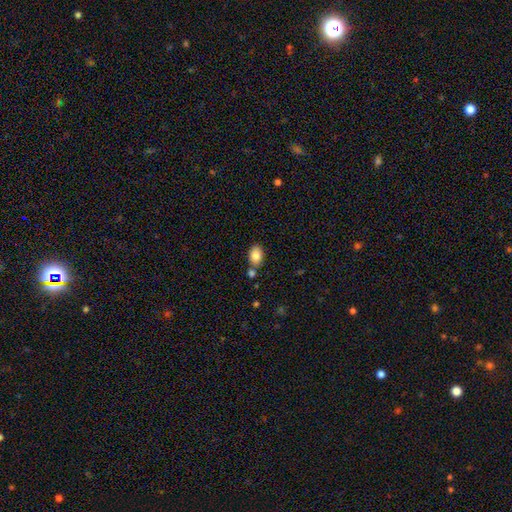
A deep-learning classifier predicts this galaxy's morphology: Smooth or featured: smooth — 85% (star or artifact — 8%)
How rounded: in between — 85% (round — 14%)
Merging: none — 68% (merger — 16%)